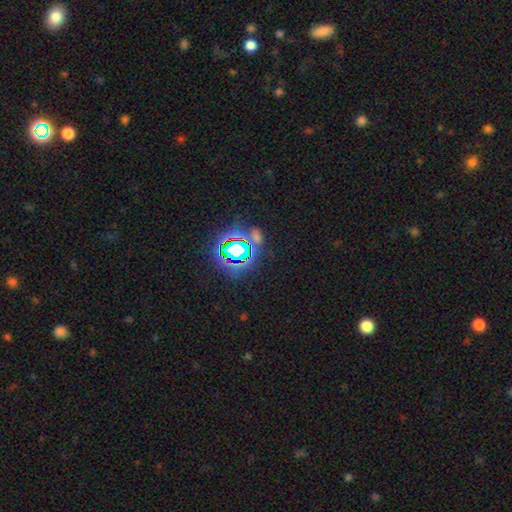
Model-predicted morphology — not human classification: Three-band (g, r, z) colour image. It shows a star or artifact, not a galaxy (81%).